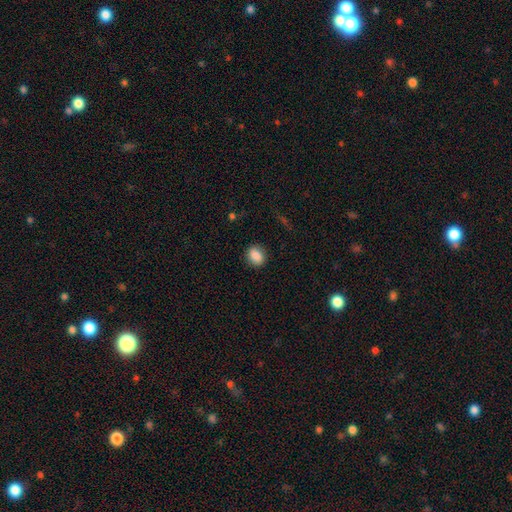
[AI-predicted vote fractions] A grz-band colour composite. It shows a smooth galaxy with no disk features (86%) that is round (61%). Merging: none (89%).